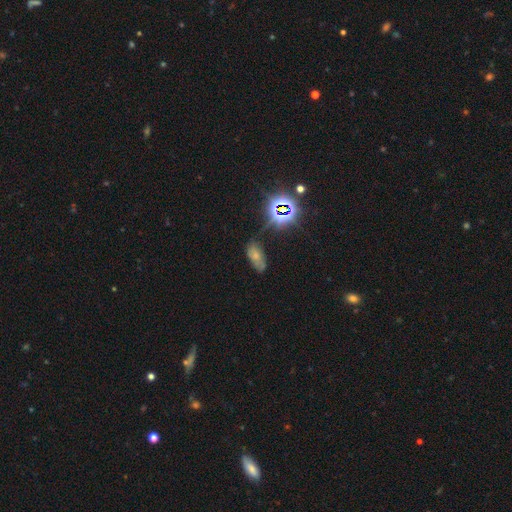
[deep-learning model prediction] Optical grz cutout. It shows a smooth galaxy with no disk features (48%). Merging: none (53%).